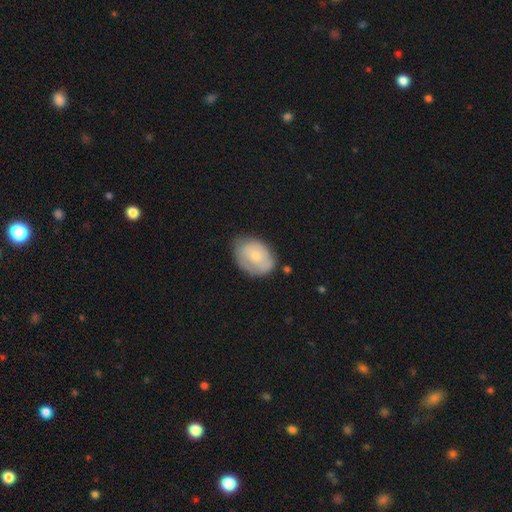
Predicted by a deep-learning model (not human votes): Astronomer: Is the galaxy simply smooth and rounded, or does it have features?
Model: smooth — 60%.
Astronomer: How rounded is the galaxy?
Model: in between — 76%.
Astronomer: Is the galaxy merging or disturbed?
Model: none — 62%.